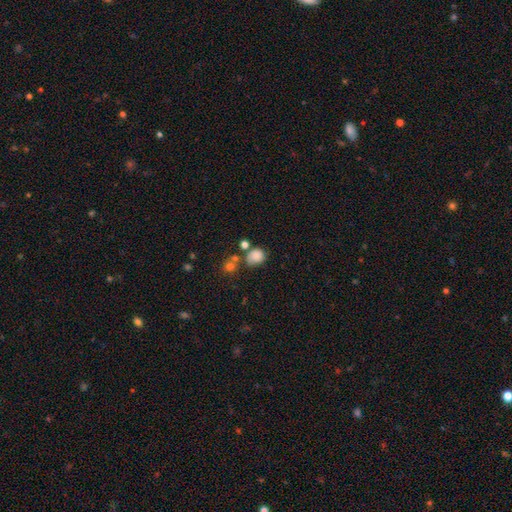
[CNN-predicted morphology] Smooth or featured? Predicted: smooth (p=0.79). How rounded? Predicted: round (p=0.66). Merging? Predicted: none (p=0.54).